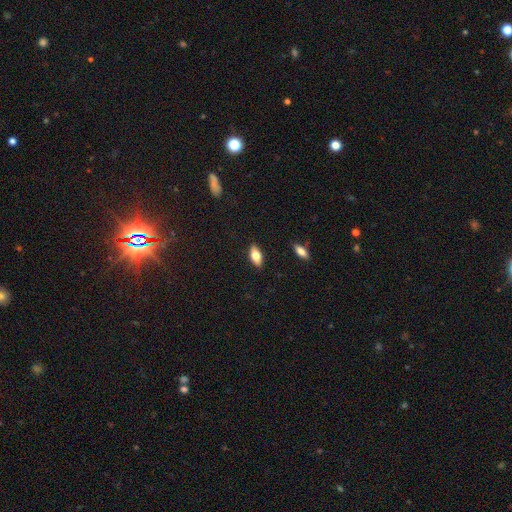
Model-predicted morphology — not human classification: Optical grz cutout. It shows a smooth galaxy with no disk features (70%) that is in between round and cigar-shaped (85%). Merging: none (88%).